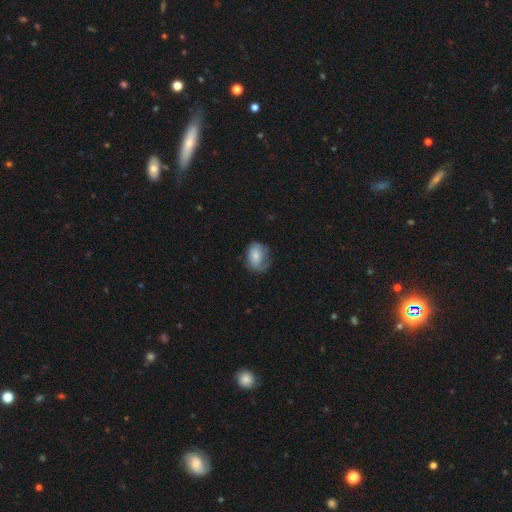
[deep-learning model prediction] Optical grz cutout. It shows a smooth galaxy with no disk features (57%) that is in between round and cigar-shaped (65%). Merging: none (46%).